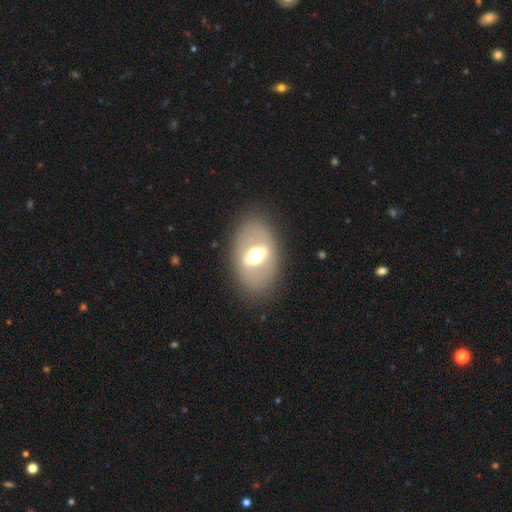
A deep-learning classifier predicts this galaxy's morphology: smooth-or-featured: featured or disk: 57% | smooth: 34% | star or artifact: 9%
  disk-edge-on: no: 79% | yes: 21%
  merging: none: 80% | minor disturbance: 11% | major disturbance: 7% | merger: 1%